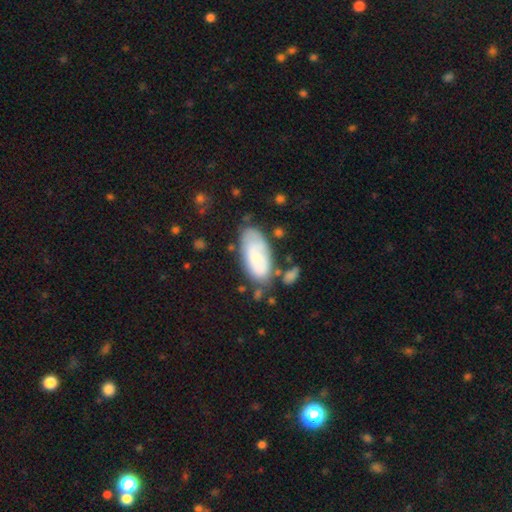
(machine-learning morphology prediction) type=smooth (61%); roundness=in between (91%); merging=none (58%).